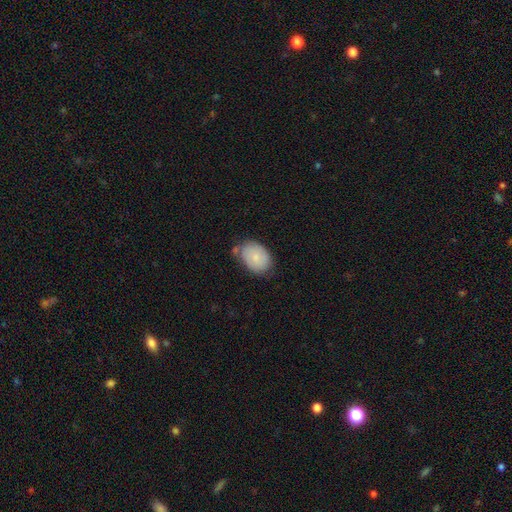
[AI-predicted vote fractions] Smooth or featured: smooth — 80% (featured or disk — 14%)
How rounded: in between — 80% (round — 19%)
Merging: none — 62% (minor disturbance — 25%)